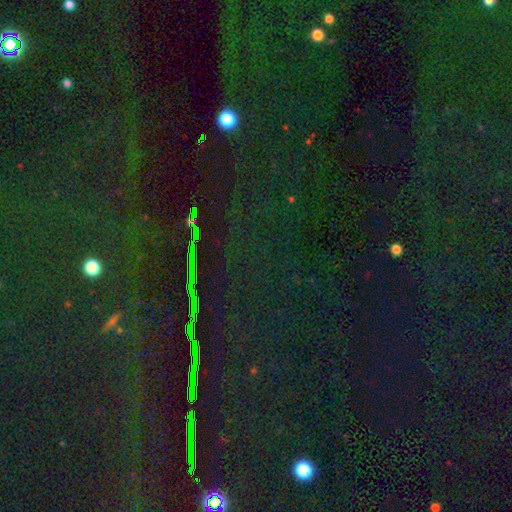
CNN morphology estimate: Overall: star or artifact (86%).